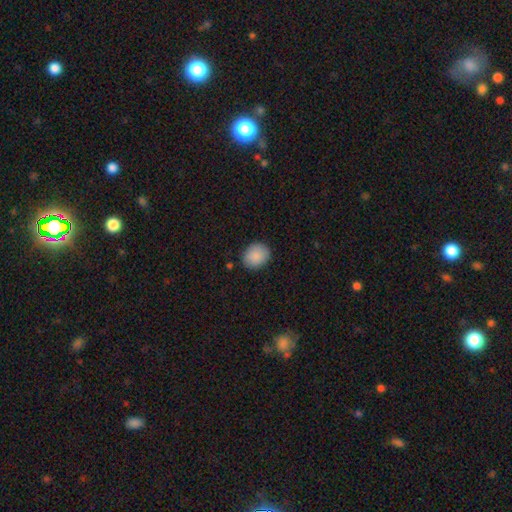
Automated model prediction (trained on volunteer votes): A smooth galaxy with no disk features (89%) that is round (59%).

Vote fractions:
- Smooth or featured? smooth: 89% / star or artifact: 7% / featured or disk: 4%
- How rounded? round: 59% / in between: 40% / cigar-shaped: 1%
- Merging? none: 86% / minor disturbance: 11% / major disturbance: 2% / merger: 1%